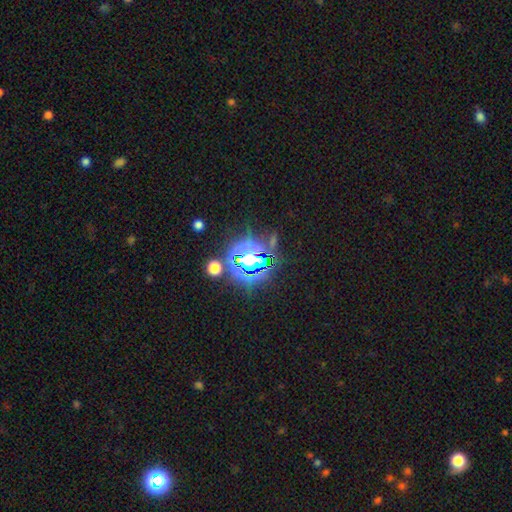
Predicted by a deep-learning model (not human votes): star or artifact 81%, smooth 12%, featured or disk 7%.